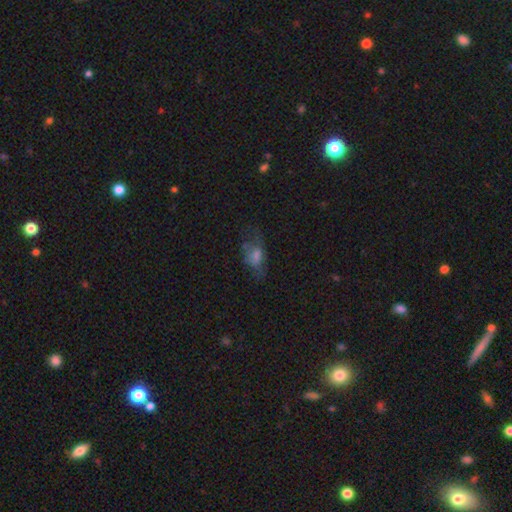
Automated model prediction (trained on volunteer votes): Smooth or featured?
  - smooth: 49% *
  - featured or disk: 33%
  - star or artifact: 18%
Merging?
  - none: 45% *
  - major disturbance: 29%
  - minor disturbance: 23%
  - merger: 3%